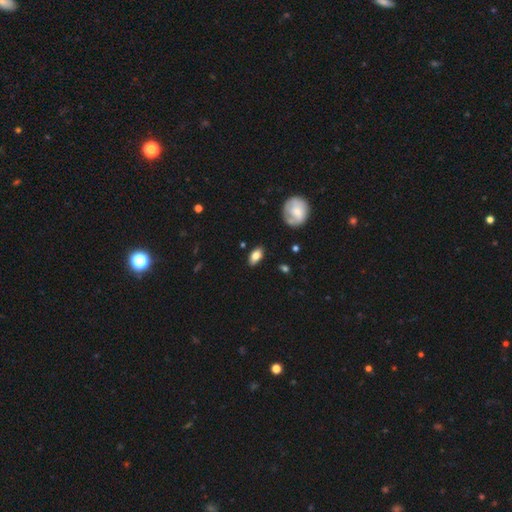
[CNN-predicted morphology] smooth 75%, featured or disk 17%, star or artifact 8%. Down the decision tree: how rounded — in between (87%); merging — none (82%).